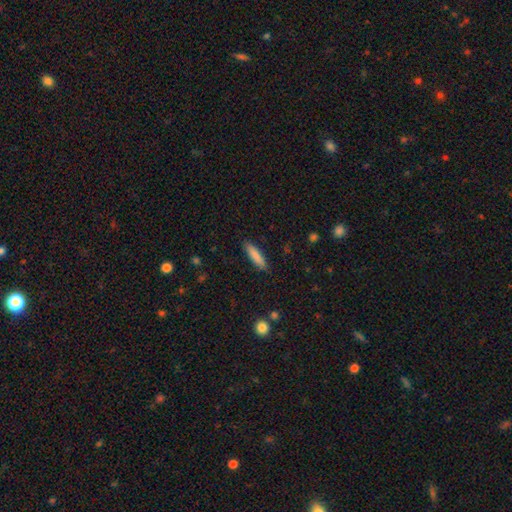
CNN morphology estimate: Smooth or featured: smooth — 85% (featured or disk — 9%)
How rounded: cigar-shaped — 77% (in between — 22%)
Merging: none — 88% (minor disturbance — 9%)